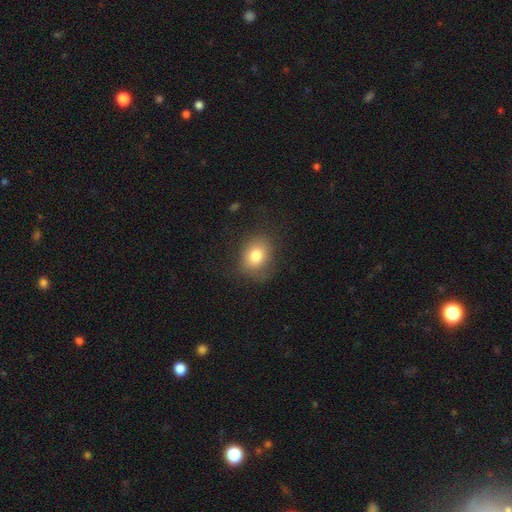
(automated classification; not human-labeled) Morphology: type=smooth (78%); roundness=in between (52%); merging=none (75%).